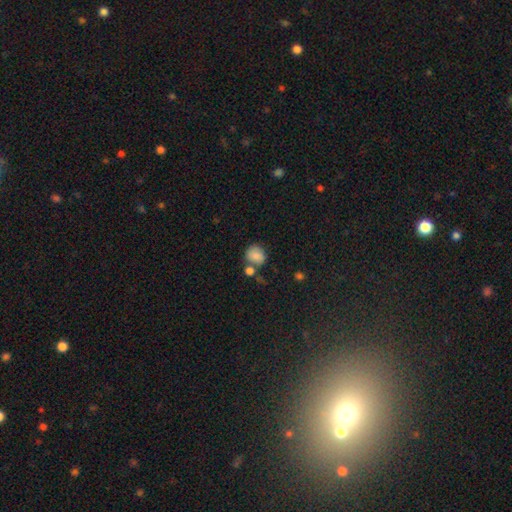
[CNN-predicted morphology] Smooth or featured? smooth (84%)
How rounded? round (63%)
Merging? none (52%)